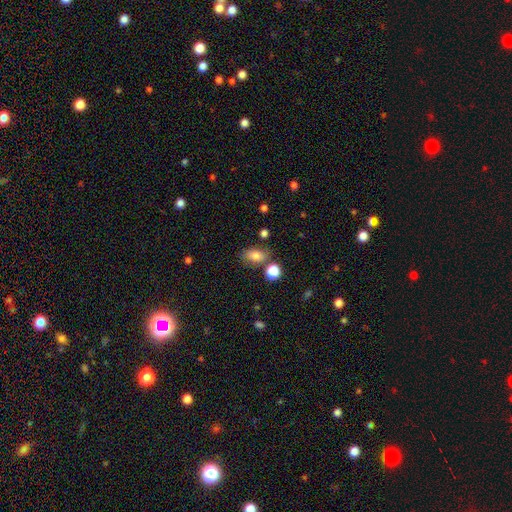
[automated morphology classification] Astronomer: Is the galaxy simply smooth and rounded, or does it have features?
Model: smooth — 79%.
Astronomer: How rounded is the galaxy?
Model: in between — 82%.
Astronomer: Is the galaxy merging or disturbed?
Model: none — 72%.